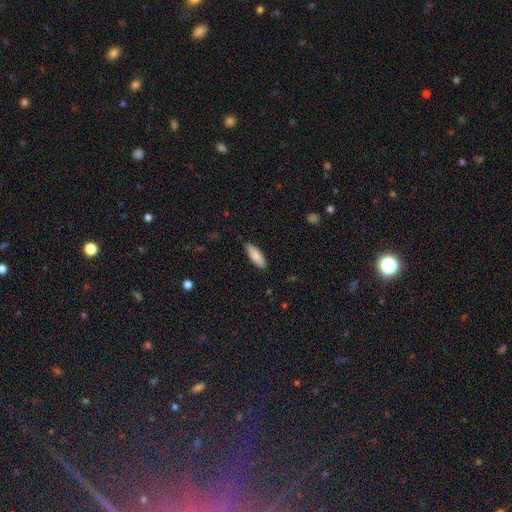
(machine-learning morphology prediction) Smooth or featured? Predicted: smooth (p=0.85). How rounded? Predicted: in between (p=0.58). Merging? Predicted: none (p=0.87).